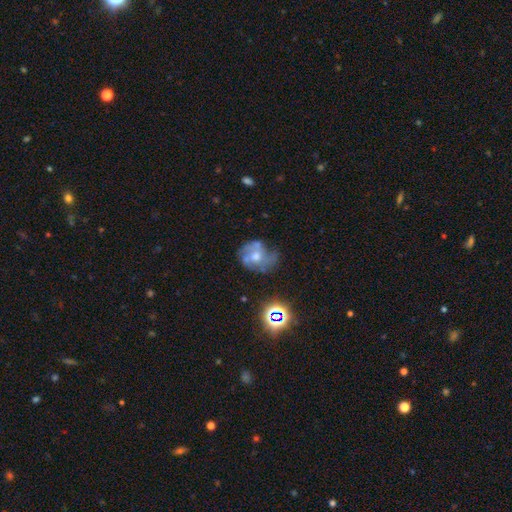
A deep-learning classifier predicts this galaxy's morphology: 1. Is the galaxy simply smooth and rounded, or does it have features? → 63% featured or disk, 25% smooth, 12% star or artifact.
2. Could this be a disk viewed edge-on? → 97% no, 3% yes.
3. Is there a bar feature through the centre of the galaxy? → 80% no, 17% weak, 3% strong.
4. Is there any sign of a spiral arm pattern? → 64% yes, 36% no.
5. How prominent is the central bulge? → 65% moderate, 18% small, 11% large, 5% none, 1% dominant.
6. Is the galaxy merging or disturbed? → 47% none, 27% minor disturbance, 21% major disturbance, 6% merger.